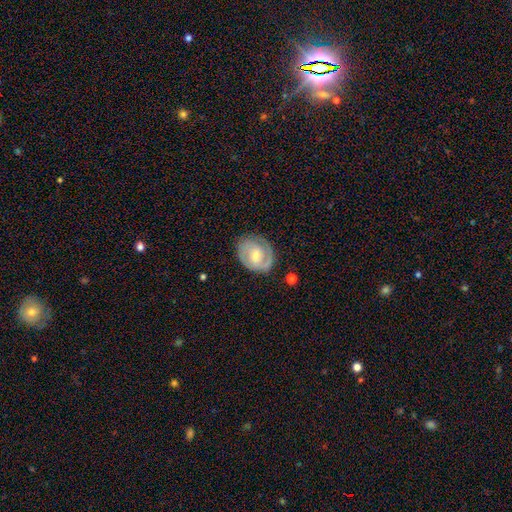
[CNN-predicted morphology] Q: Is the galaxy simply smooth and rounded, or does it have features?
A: featured or disk — 77%.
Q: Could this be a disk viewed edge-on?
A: no — 97%.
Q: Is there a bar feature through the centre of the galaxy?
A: weak — 46%.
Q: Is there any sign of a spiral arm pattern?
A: yes — 91%.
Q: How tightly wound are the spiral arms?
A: tight — 54%.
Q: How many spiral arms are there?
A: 2 — 67%.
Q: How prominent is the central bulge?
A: small — 49%.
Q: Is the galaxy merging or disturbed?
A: none — 78%.